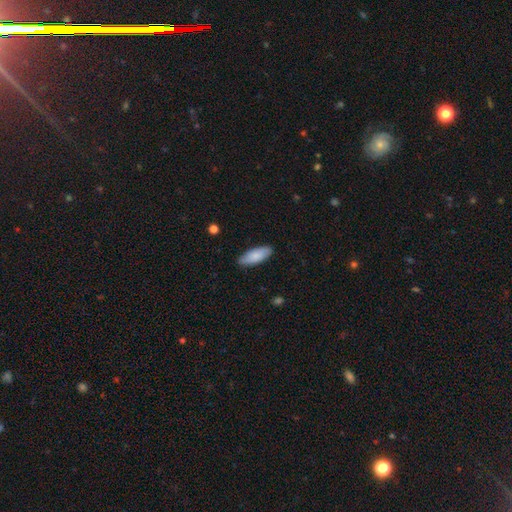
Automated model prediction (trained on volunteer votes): Smooth or featured?
  - smooth: 83% *
  - featured or disk: 12%
  - star or artifact: 5%
How rounded?
  - in between: 73% *
  - cigar-shaped: 25%
  - round: 2%
Merging?
  - none: 87% *
  - minor disturbance: 10%
  - major disturbance: 2%
  - merger: 1%